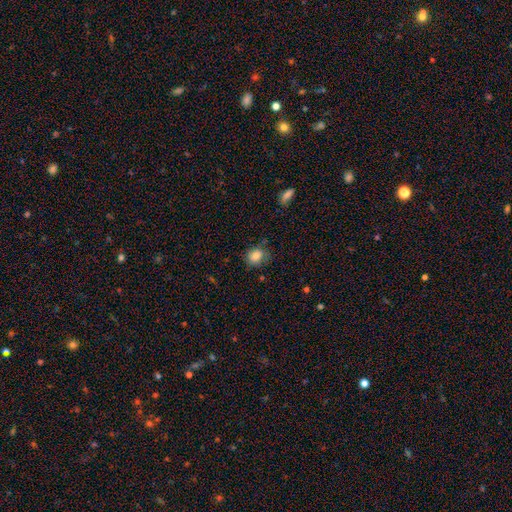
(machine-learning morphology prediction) This appears to be a smooth galaxy with no disk features (83%) that is round (65%). Merging: none (70%).